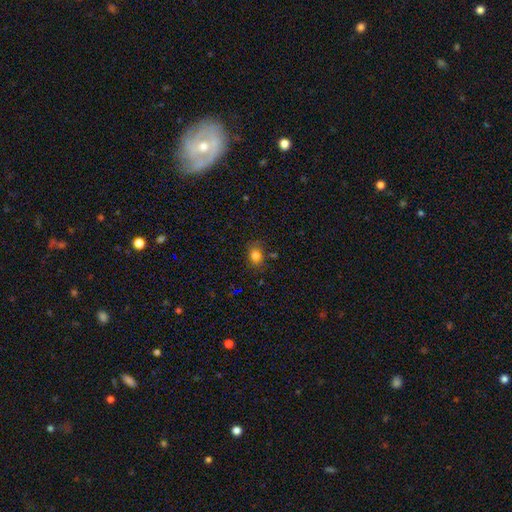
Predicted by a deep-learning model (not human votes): smooth 79%, star or artifact 14%, featured or disk 7%. Down the decision tree: how rounded — in between (51%); merging — none (73%).